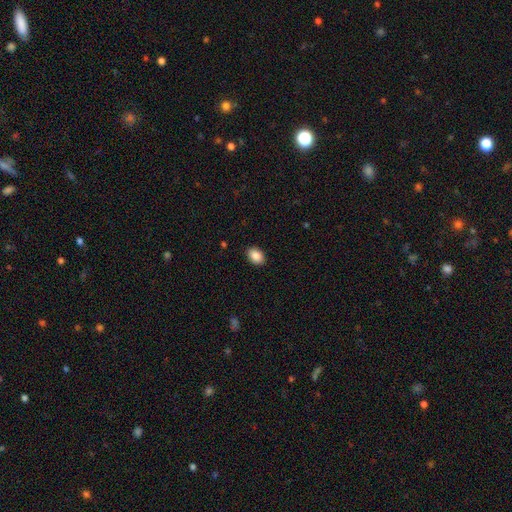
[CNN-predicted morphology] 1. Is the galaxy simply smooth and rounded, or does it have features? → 88% smooth, 8% star or artifact, 4% featured or disk.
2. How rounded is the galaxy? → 82% in between, 17% round, 1% cigar-shaped.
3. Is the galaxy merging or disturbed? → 90% none, 8% minor disturbance, 2% major disturbance, 1% merger.